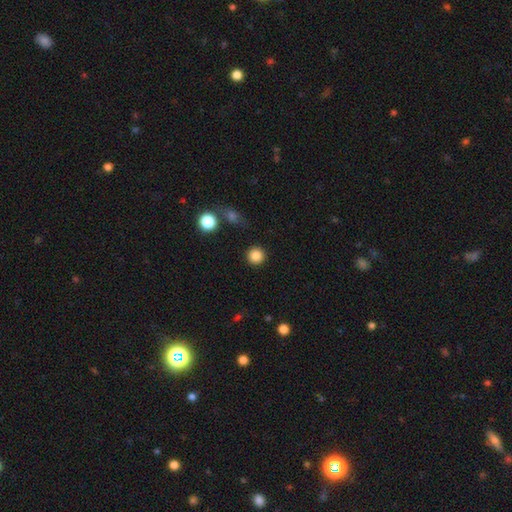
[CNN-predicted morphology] smooth_or_featured: smooth (p=0.86) [alt: star or artifact p=0.10]
how_rounded: round (p=0.95) [alt: in between p=0.04]
merging: none (p=0.91) [alt: minor disturbance p=0.05]